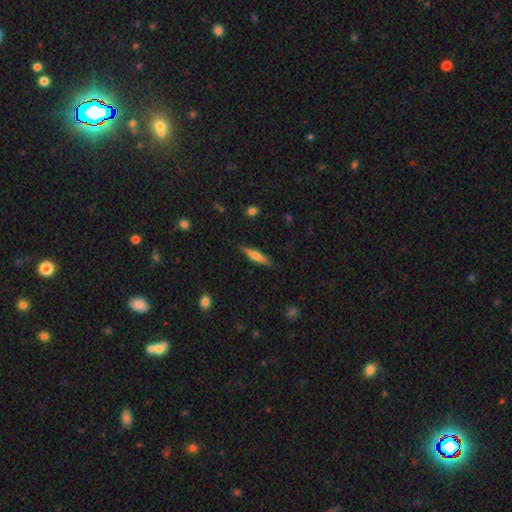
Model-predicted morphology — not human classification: This is possibly a featured or disk galaxy (48%). Merging: clearly none (88%).